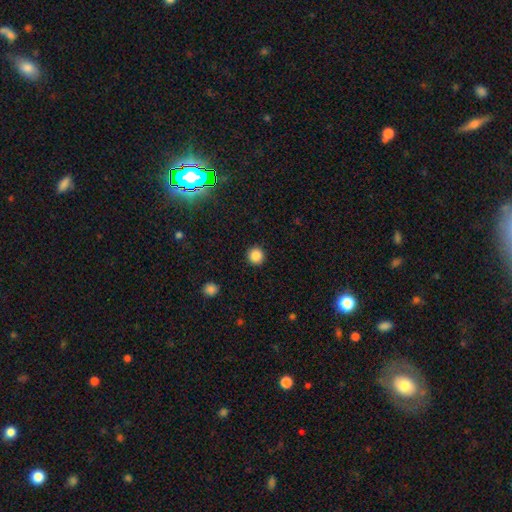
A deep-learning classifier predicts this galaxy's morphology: smooth 86%, star or artifact 10%, featured or disk 3%. Down the decision tree: how rounded — round (95%); merging — none (93%).